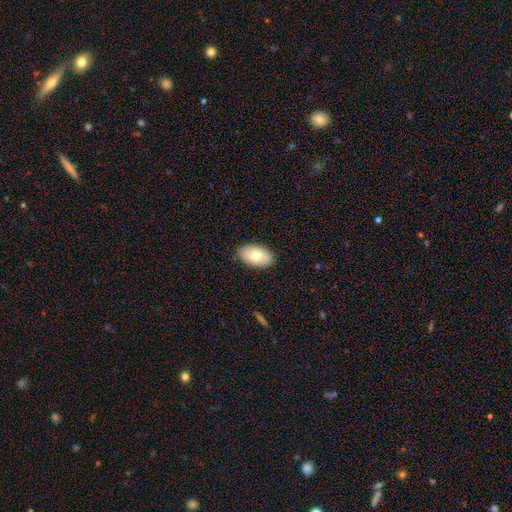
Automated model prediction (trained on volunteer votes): The model was most divided on "smooth or featured": smooth: 72%, featured or disk: 21%, star or artifact: 6%. More confident: how rounded — in between (93%); merging — none (88%).